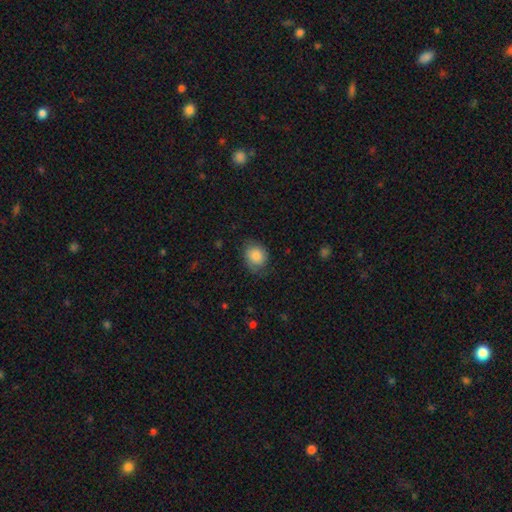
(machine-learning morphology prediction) smooth 81%, featured or disk 11%, star or artifact 7%. Down the decision tree: how rounded — round (58%); merging — none (64%).